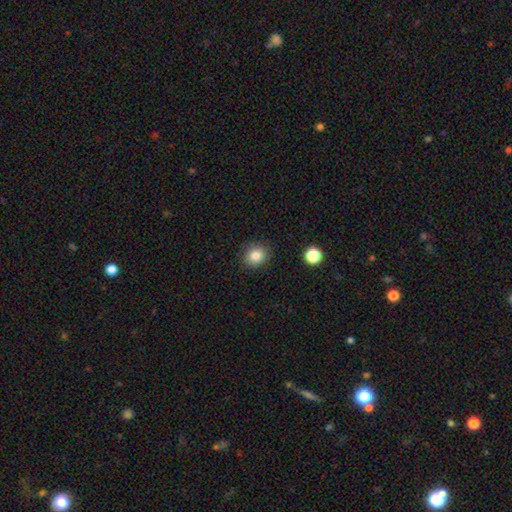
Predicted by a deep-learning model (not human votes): smooth-or-featured: smooth: 83% | star or artifact: 10% | featured or disk: 7%
  how-rounded: round: 68% | in between: 31% | cigar-shaped: 1%
  merging: none: 88% | minor disturbance: 9% | major disturbance: 2% | merger: 1%